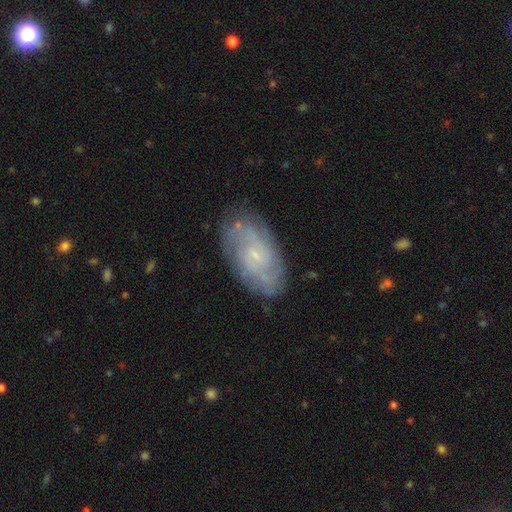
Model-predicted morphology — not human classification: This appears to be a featured or disk galaxy (75%) with no bar (68%), tight (51%) spiral arms (91%) and a small central bulge (77%). Merging: none (78%).